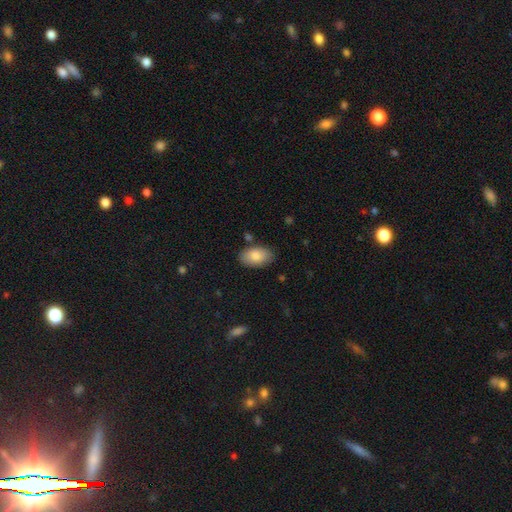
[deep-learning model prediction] Smooth or featured? Predicted: smooth (p=0.83). How rounded? Predicted: in between (p=0.93). Merging? Predicted: none (p=0.84).